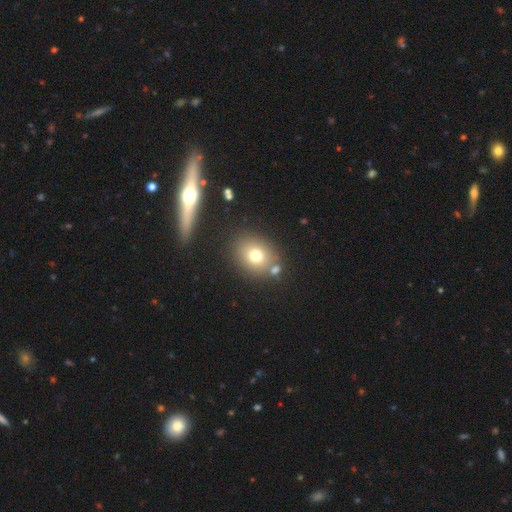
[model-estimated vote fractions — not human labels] smooth-or-featured: smooth: 74% | star or artifact: 13% | featured or disk: 13%
  how-rounded: round: 62% | in between: 37% | cigar-shaped: 1%
  merging: none: 74% | merger: 12% | minor disturbance: 11% | major disturbance: 4%